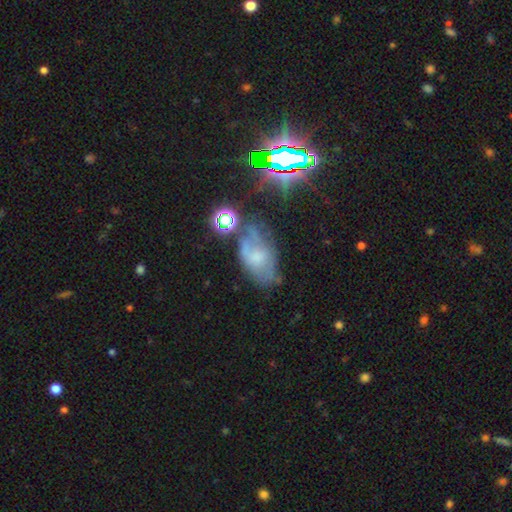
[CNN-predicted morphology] featured or disk 42%, smooth 34%, star or artifact 24%. Down the decision tree: merging — none (44%).